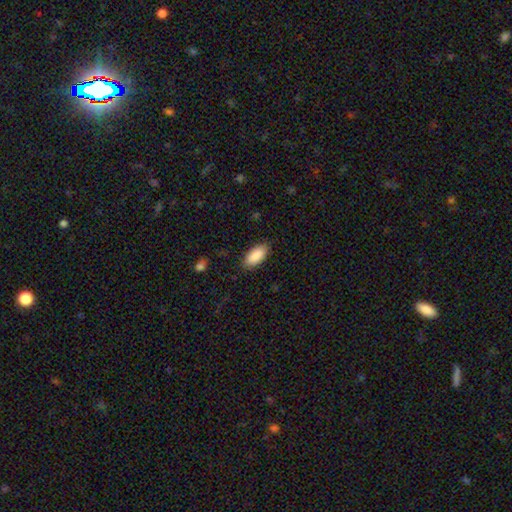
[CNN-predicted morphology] This appears to be a smooth galaxy with no disk features (90%) that is in between round and cigar-shaped (90%). Merging: none (86%).